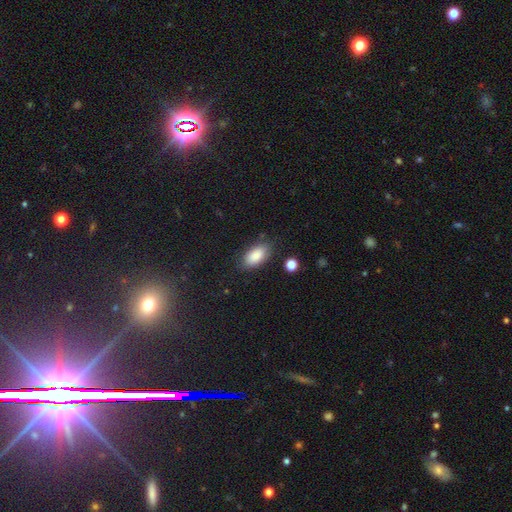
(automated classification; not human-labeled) smooth_or_featured: smooth (p=0.86) [alt: star or artifact p=0.07]
how_rounded: in between (p=0.92) [alt: cigar-shaped p=0.05]
merging: none (p=0.81) [alt: minor disturbance p=0.13]